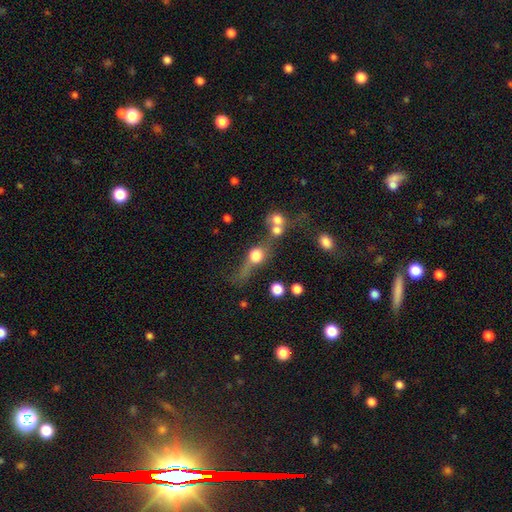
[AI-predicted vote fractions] This appears to be a smooth galaxy with no disk features (63%) that is round (62%). Merging: none (31%).